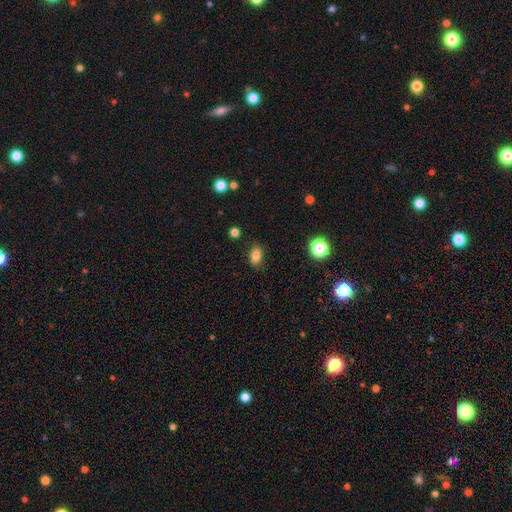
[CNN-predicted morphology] smooth_or_featured: smooth (p=0.80) [alt: star or artifact p=0.11]
how_rounded: in between (p=0.84) [alt: round p=0.13]
merging: none (p=0.83) [alt: minor disturbance p=0.13]